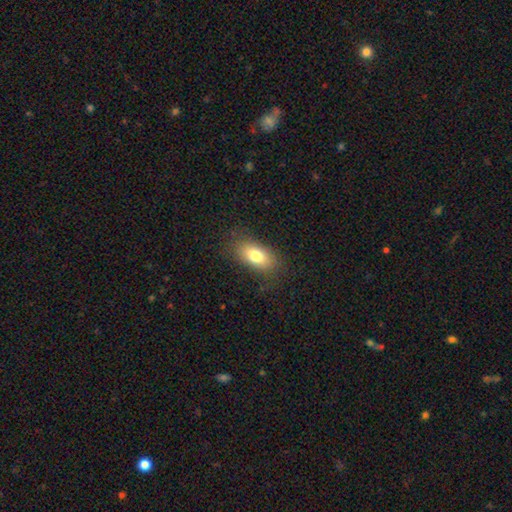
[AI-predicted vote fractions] Smooth or featured? Predicted: smooth (p=0.78). How rounded? Predicted: in between (p=0.89). Merging? Predicted: none (p=0.83).